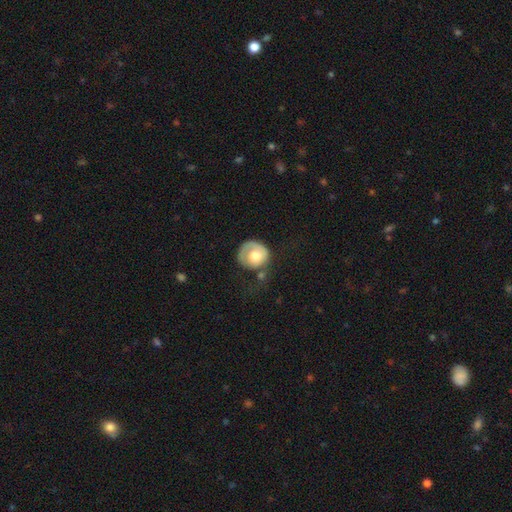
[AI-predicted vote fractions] smooth 55%, featured or disk 39%, star or artifact 6%. Down the decision tree: how rounded — round (85%); merging — none (45%).